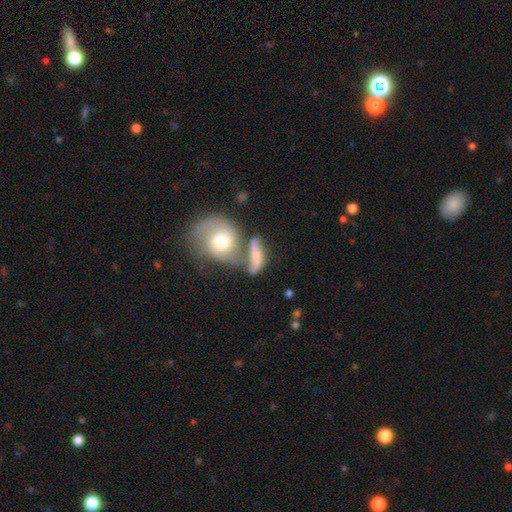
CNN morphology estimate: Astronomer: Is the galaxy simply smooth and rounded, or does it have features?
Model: smooth — 51% (runner-up: featured or disk, 40%).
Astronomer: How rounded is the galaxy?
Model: in between — 62%.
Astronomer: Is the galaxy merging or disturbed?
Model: merger — 53%.